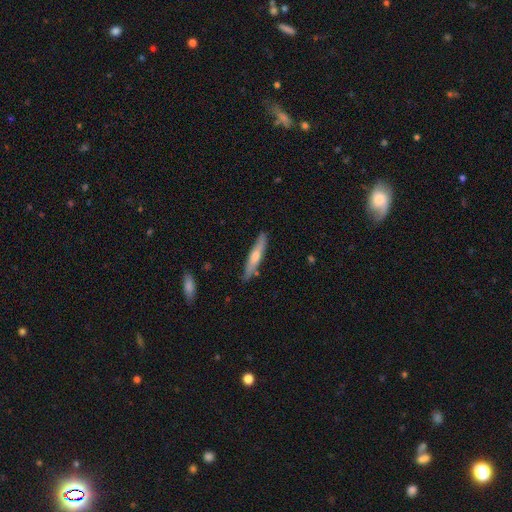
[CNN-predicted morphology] A featured or disk galaxy (51%) viewed edge-on (91%).

Vote fractions:
- Smooth or featured? featured or disk: 51% / smooth: 42% / star or artifact: 7%
- Edge-on disk? yes: 91% / no: 9%
- Merging? none: 86% / minor disturbance: 10% / major disturbance: 2% / merger: 2%